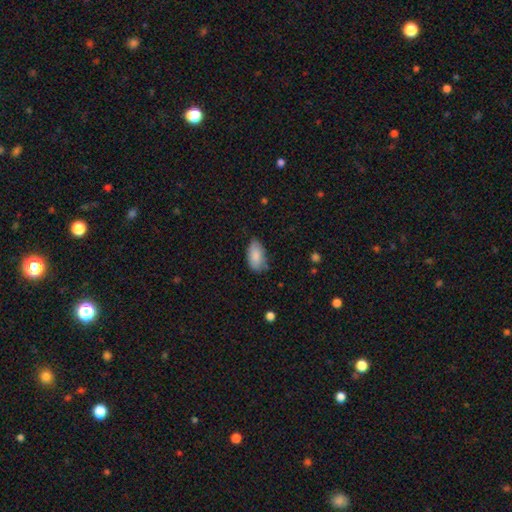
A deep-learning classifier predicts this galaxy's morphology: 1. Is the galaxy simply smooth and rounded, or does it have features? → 87% smooth, 7% featured or disk, 7% star or artifact.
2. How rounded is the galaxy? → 94% in between, 3% cigar-shaped, 3% round.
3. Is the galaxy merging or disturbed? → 68% none, 25% minor disturbance, 5% major disturbance, 2% merger.